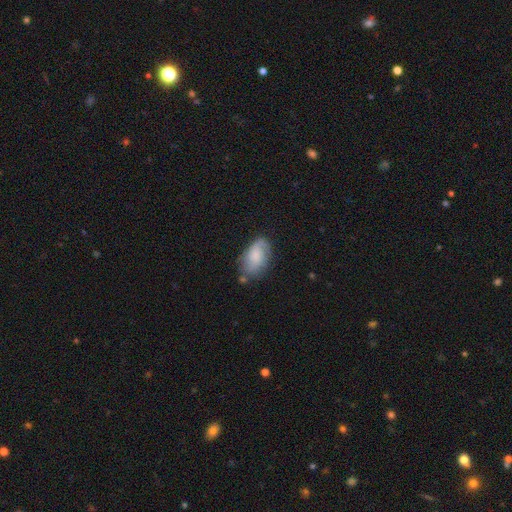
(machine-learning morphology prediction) smooth-or-featured: smooth: 59% | featured or disk: 33% | star or artifact: 7%
  how-rounded: in between: 92% | round: 5% | cigar-shaped: 2%
  merging: none: 61% | minor disturbance: 26% | major disturbance: 8% | merger: 4%